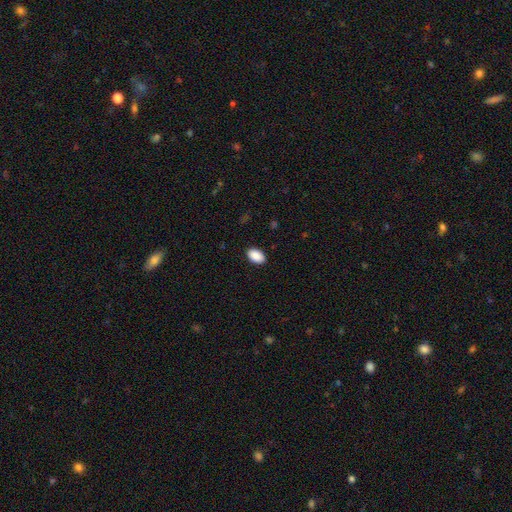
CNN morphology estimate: smooth_or_featured: smooth (p=0.90) [alt: star or artifact p=0.07]
how_rounded: in between (p=0.91) [alt: round p=0.08]
merging: none (p=0.89) [alt: minor disturbance p=0.08]